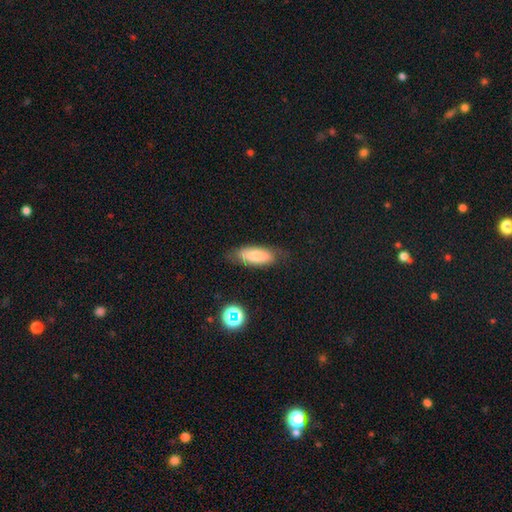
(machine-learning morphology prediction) This appears to be a smooth galaxy with no disk features (75%) that is in between round and cigar-shaped (74%). Merging: none (73%).